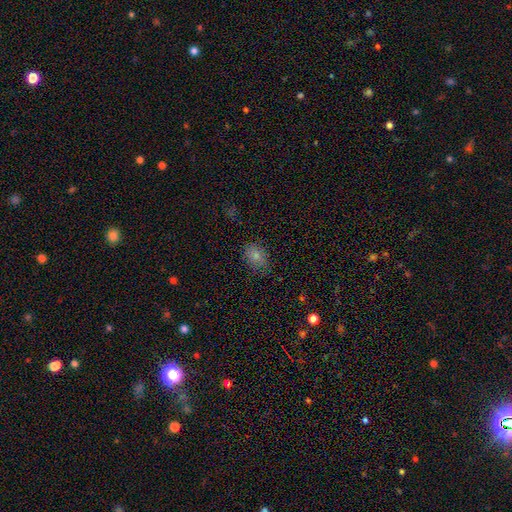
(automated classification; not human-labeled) Overall: smooth (79%). How rounded: in between (79%). Merging: none (75%).